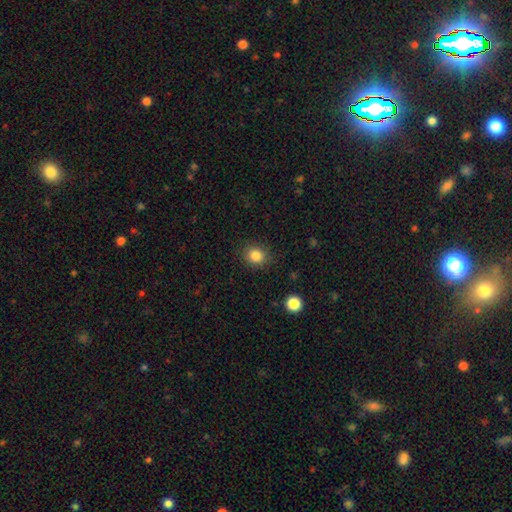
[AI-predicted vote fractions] Smooth or featured? smooth (84%)
How rounded? round (73%)
Merging? none (87%)